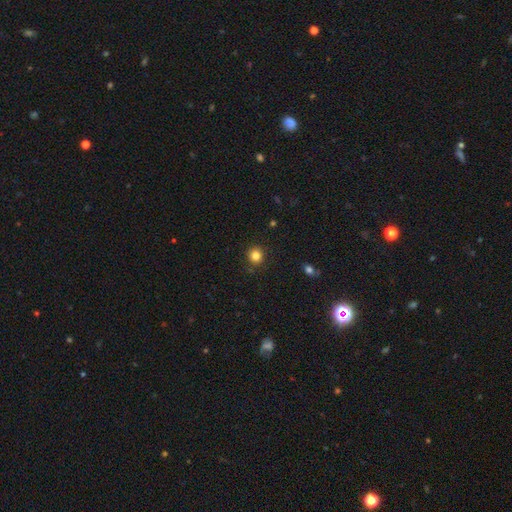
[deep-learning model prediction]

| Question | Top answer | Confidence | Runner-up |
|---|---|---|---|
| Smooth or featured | smooth | 83% | star or artifact (12%) |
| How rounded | round | 92% | in between (7%) |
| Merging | none | 89% | minor disturbance (7%) |